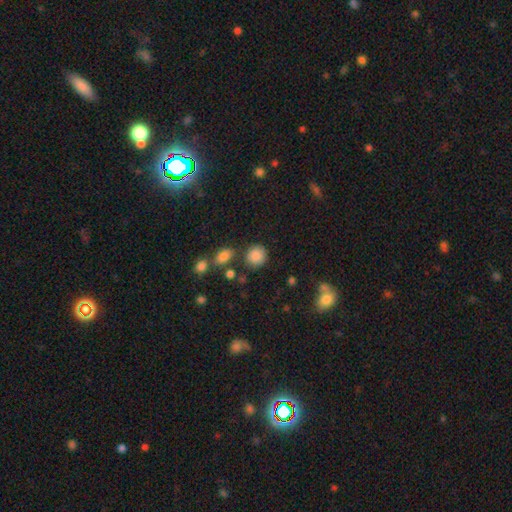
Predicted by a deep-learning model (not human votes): Morphology: type=smooth (85%); roundness=round (85%); merging=none (78%).